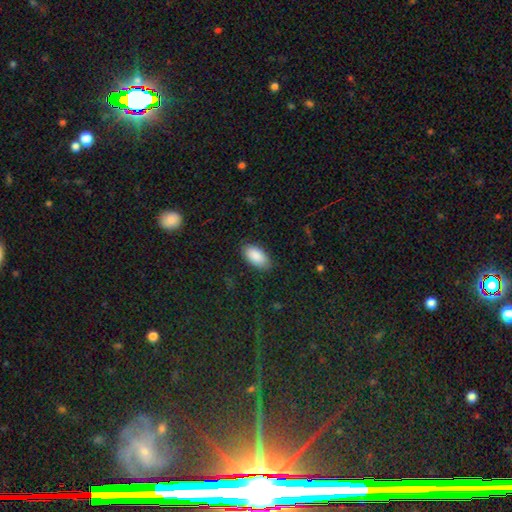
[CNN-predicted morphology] The model was most divided on "merging": none: 86%, minor disturbance: 10%, major disturbance: 3%, merger: 1%. More confident: how rounded — in between (95%); smooth or featured — smooth (90%).